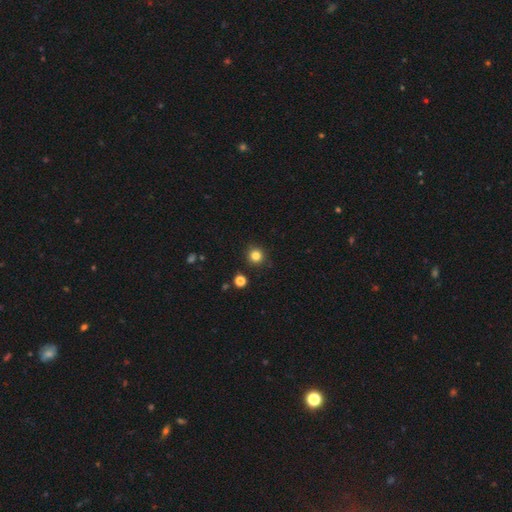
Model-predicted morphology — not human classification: This is clearly a smooth galaxy (83%). How rounded: clearly round (94%). Merging: clearly none (90%).